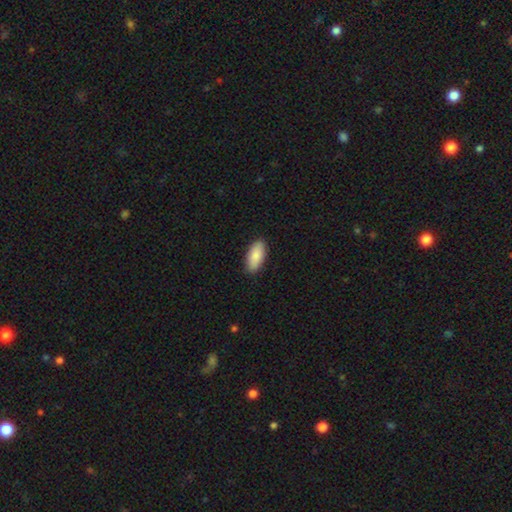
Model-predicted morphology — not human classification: Overall: smooth (87%). How rounded: in between (87%). Merging: none (89%).